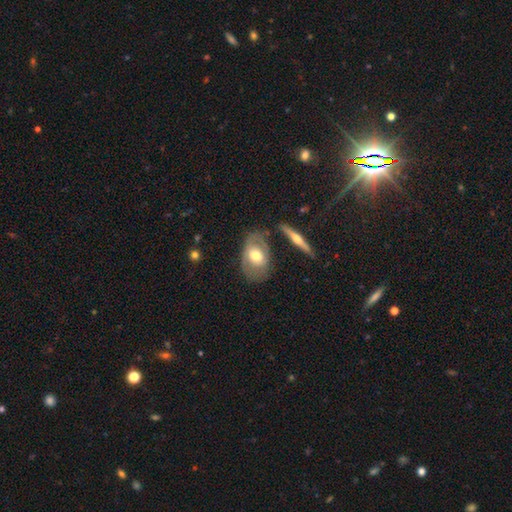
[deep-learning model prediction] smooth 48%, featured or disk 46%, star or artifact 6%. Down the decision tree: merging — none (63%).